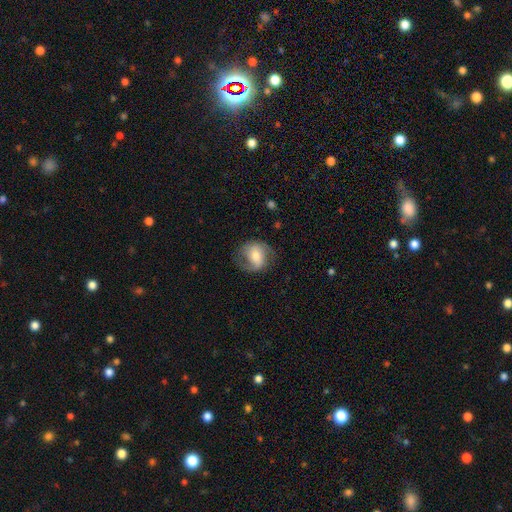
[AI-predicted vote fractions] smooth_or_featured: featured or disk (p=0.58) [alt: smooth p=0.35]
disk_edge_on: no (p=0.96) [alt: yes p=0.04]
bar: weak (p=0.38) [alt: no p=0.37]
has_spiral_arms: yes (p=0.83) [alt: no p=0.17]
bulge_size: moderate (p=0.54) [alt: small p=0.32]
merging: none (p=0.66) [alt: minor disturbance p=0.20]